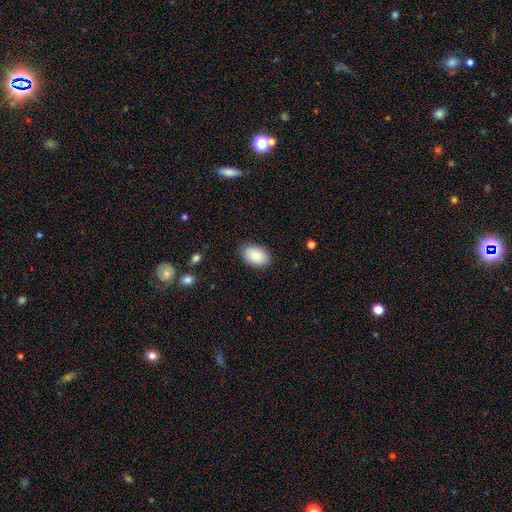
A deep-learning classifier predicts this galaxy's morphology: Smooth or featured? smooth (89%)
How rounded? in between (91%)
Merging? none (87%)